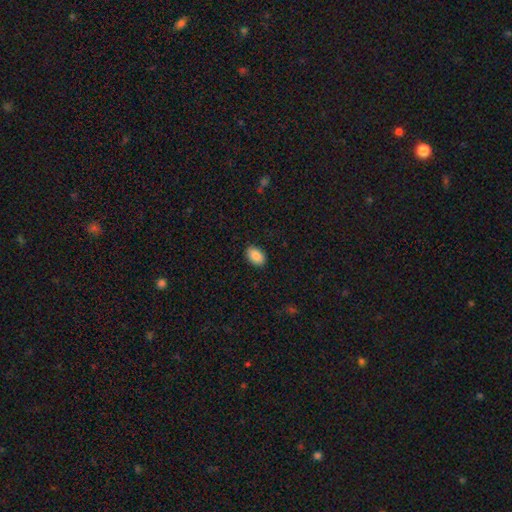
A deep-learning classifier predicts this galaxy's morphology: A smooth galaxy with no disk features (86%) that is in between round and cigar-shaped (88%).

Vote fractions:
- Smooth or featured? smooth: 86% / star or artifact: 7% / featured or disk: 6%
- How rounded? in between: 88% / round: 11% / cigar-shaped: 1%
- Merging? none: 89% / minor disturbance: 8% / major disturbance: 2% / merger: 1%